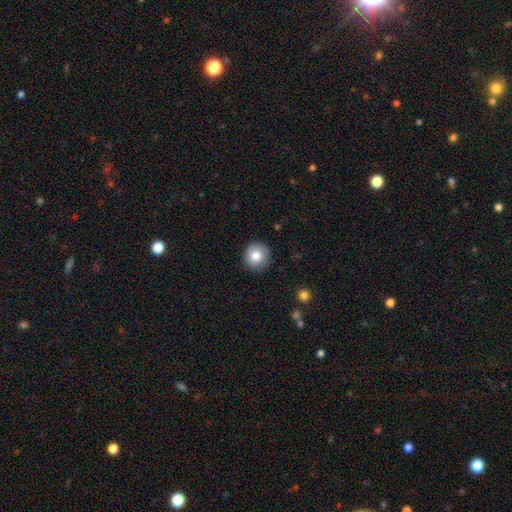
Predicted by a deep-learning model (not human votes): Overall: smooth (80%). How rounded: round (94%). Merging: none (89%).